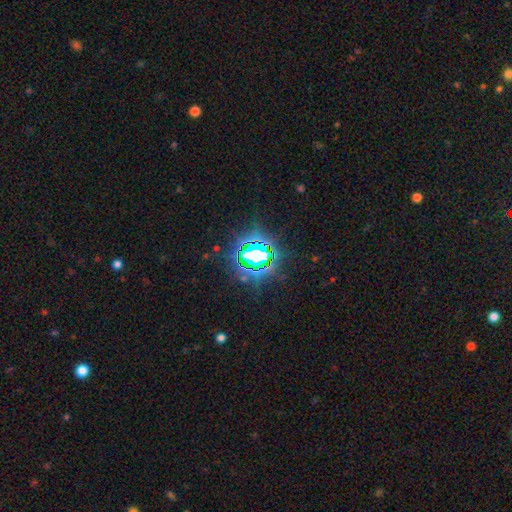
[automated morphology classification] Smooth or featured: star or artifact — 76% (smooth — 12%)